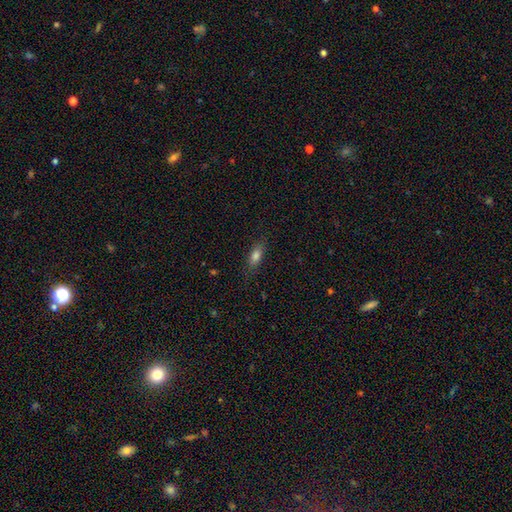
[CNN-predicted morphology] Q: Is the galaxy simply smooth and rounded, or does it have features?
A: smooth — 79%.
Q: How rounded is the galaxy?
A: in between — 72%.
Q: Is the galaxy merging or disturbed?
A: none — 80%.